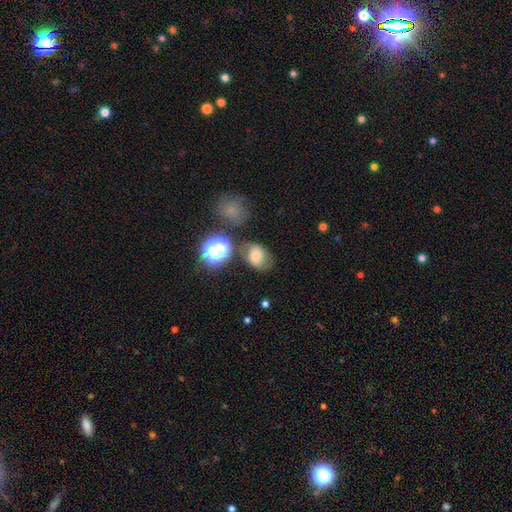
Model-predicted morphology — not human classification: This appears to be a smooth galaxy with no disk features (67%) that is in between round and cigar-shaped (65%). Merging: none (62%).